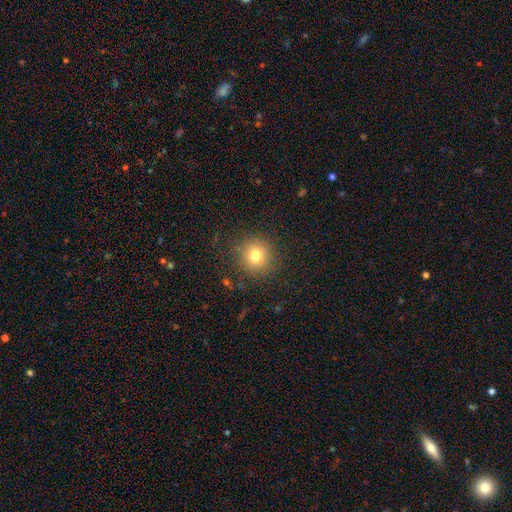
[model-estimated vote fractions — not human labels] This appears to be a smooth galaxy with no disk features (77%) that is round (93%). Merging: none (87%).